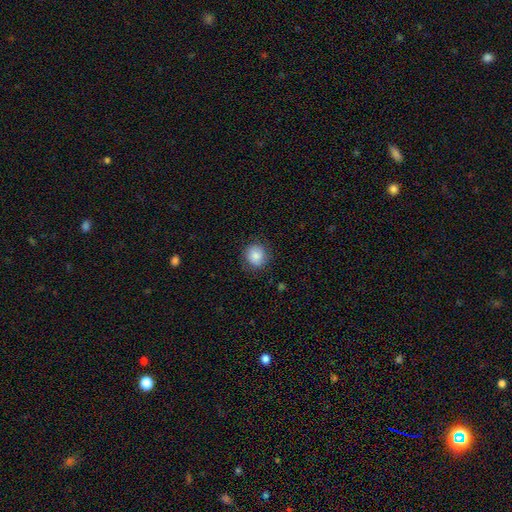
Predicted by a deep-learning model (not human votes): A smooth galaxy with no disk features (84%) that is round (85%).

Vote fractions:
- Smooth or featured? smooth: 84% / star or artifact: 8% / featured or disk: 8%
- How rounded? round: 85% / in between: 14% / cigar-shaped: 1%
- Merging? none: 83% / minor disturbance: 12% / major disturbance: 4% / merger: 1%